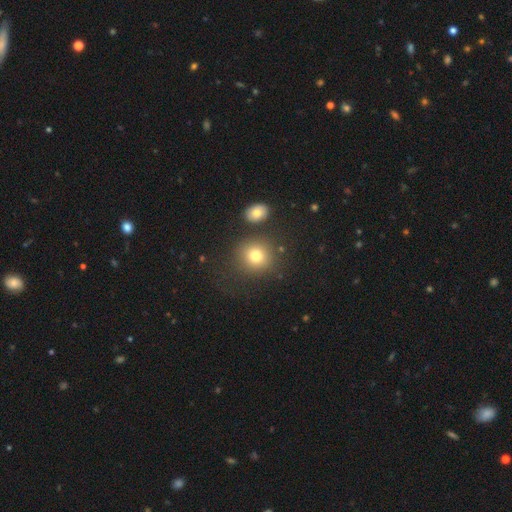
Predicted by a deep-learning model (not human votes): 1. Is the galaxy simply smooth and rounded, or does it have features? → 77% smooth, 13% star or artifact, 9% featured or disk.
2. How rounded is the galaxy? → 86% round, 13% in between, 1% cigar-shaped.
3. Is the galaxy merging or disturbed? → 80% none, 9% minor disturbance, 7% merger, 4% major disturbance.